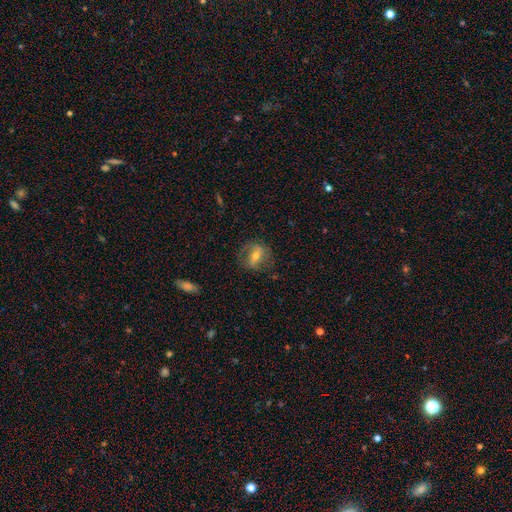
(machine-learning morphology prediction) This appears to be a featured or disk galaxy (56%) with a strong bar (42%), spiral arms (70%) and a moderate central bulge (58%). Merging: none (71%).